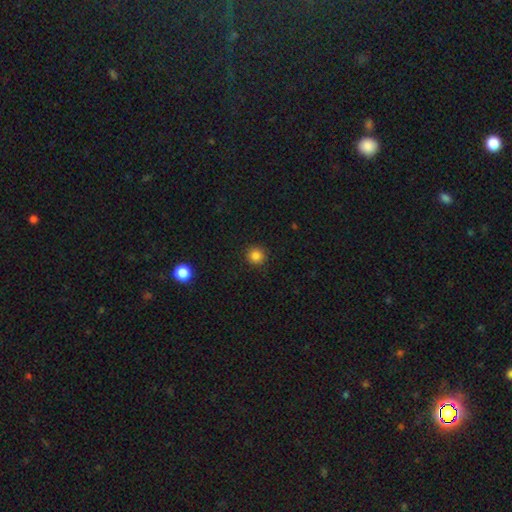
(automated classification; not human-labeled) smooth_or_featured: smooth (p=0.85) [alt: star or artifact p=0.12]
how_rounded: round (p=0.94) [alt: in between p=0.05]
merging: none (p=0.91) [alt: minor disturbance p=0.06]